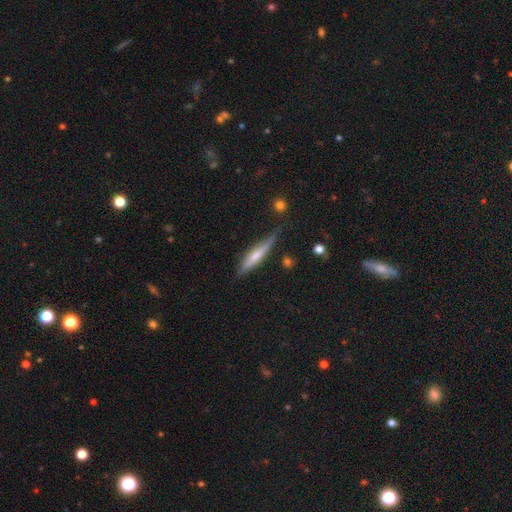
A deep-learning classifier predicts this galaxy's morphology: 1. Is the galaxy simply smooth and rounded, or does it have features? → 47% featured or disk (tied), 47% smooth (tied), 6% star or artifact.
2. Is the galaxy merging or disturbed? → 78% none, 16% minor disturbance, 3% major disturbance, 2% merger.